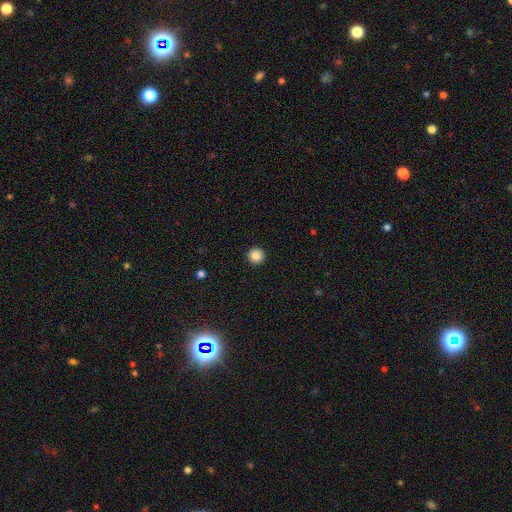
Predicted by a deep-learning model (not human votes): smooth 87%, star or artifact 9%, featured or disk 4%. Down the decision tree: how rounded — round (96%); merging — none (94%).